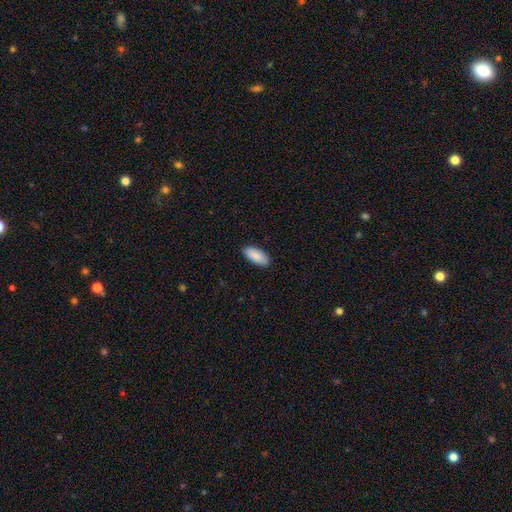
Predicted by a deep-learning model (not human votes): The model was most divided on "how rounded": in between: 88%, cigar-shaped: 10%, round: 2%. More confident: smooth or featured — smooth (90%); merging — none (89%).